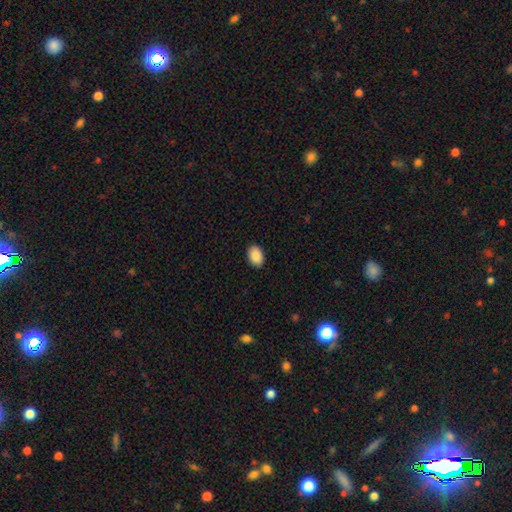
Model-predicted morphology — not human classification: smooth-or-featured: smooth: 90% | star or artifact: 7% | featured or disk: 3%
  how-rounded: in between: 88% | round: 10% | cigar-shaped: 1%
  merging: none: 90% | minor disturbance: 7% | major disturbance: 2% | merger: 1%